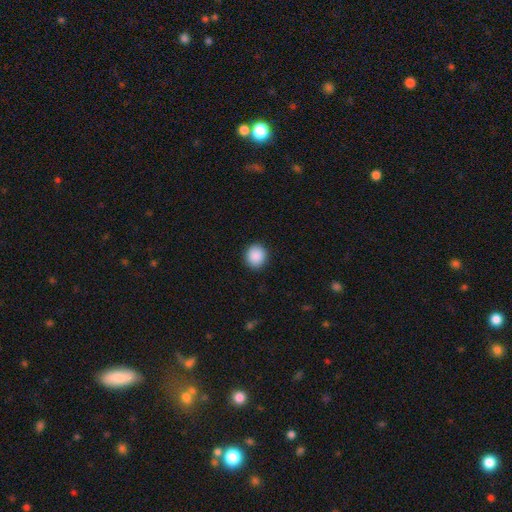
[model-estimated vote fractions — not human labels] This appears to be a smooth galaxy with no disk features (90%) that is round (83%). Merging: none (90%).